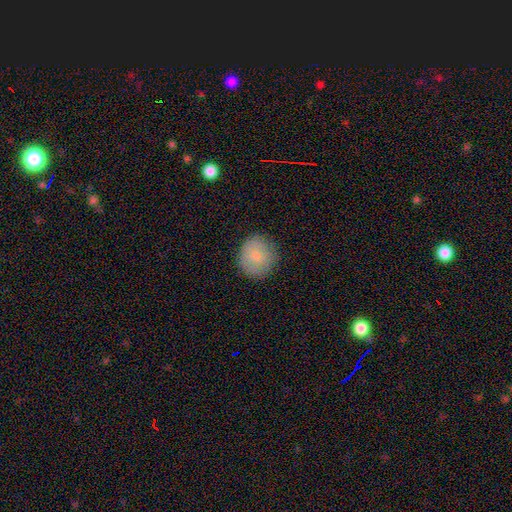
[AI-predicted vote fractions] This is clearly a smooth galaxy (82%). How rounded: clearly round (86%). Merging: clearly none (84%).